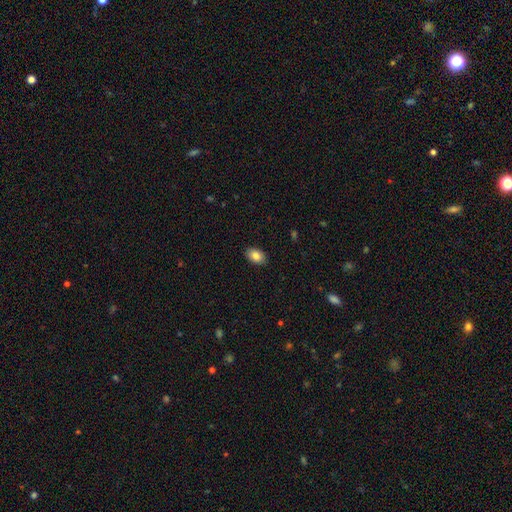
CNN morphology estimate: smooth_or_featured: smooth (p=0.85) [alt: star or artifact p=0.08]
how_rounded: in between (p=0.87) [alt: round p=0.11]
merging: none (p=0.89) [alt: minor disturbance p=0.08]